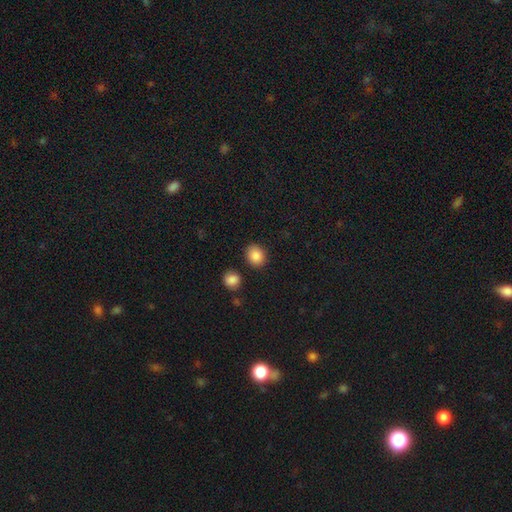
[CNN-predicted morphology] Smooth or featured?
  - smooth: 87% *
  - star or artifact: 9%
  - featured or disk: 4%
How rounded?
  - round: 67% *
  - in between: 32%
  - cigar-shaped: 1%
Merging?
  - none: 85% *
  - minor disturbance: 9%
  - merger: 4%
  - major disturbance: 2%